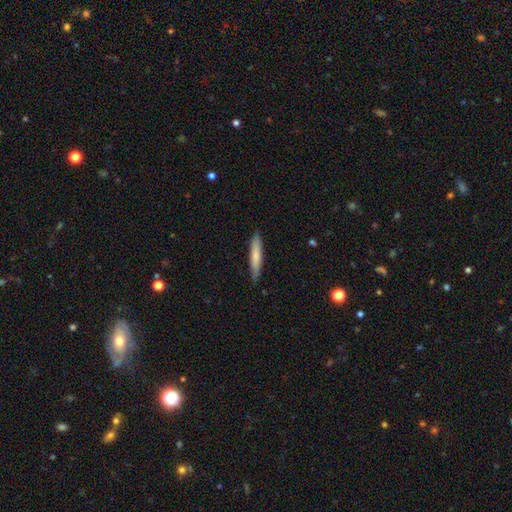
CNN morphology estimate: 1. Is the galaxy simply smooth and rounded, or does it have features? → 71% smooth, 23% featured or disk, 5% star or artifact.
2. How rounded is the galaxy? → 90% cigar-shaped, 8% in between, 1% round.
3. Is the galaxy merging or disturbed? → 85% none, 12% minor disturbance, 2% major disturbance, 1% merger.